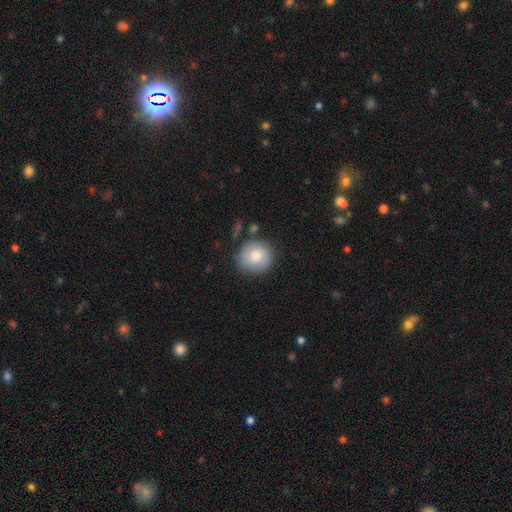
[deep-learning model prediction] Overall: smooth (78%). How rounded: round (90%). Merging: none (78%).